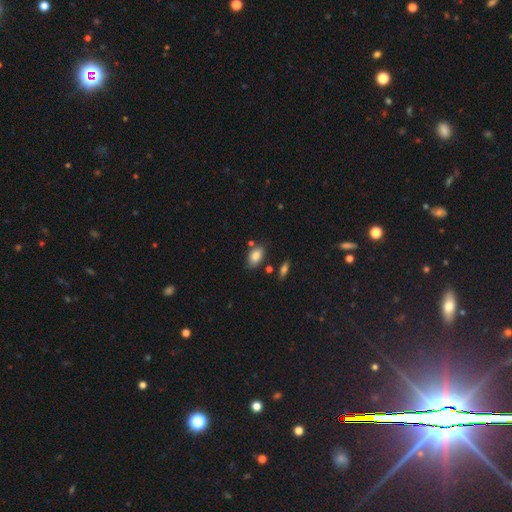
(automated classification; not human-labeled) This appears to be a smooth galaxy with no disk features (82%) that is in between round and cigar-shaped (89%). Merging: none (70%).